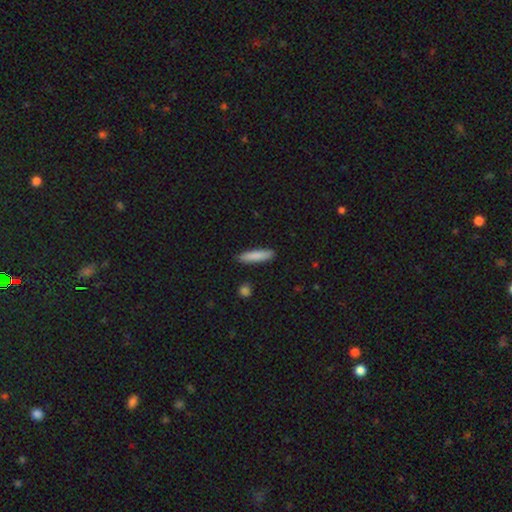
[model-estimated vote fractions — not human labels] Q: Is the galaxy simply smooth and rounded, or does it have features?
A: smooth — 85%.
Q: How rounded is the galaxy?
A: cigar-shaped — 80%.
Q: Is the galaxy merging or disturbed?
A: none — 89%.